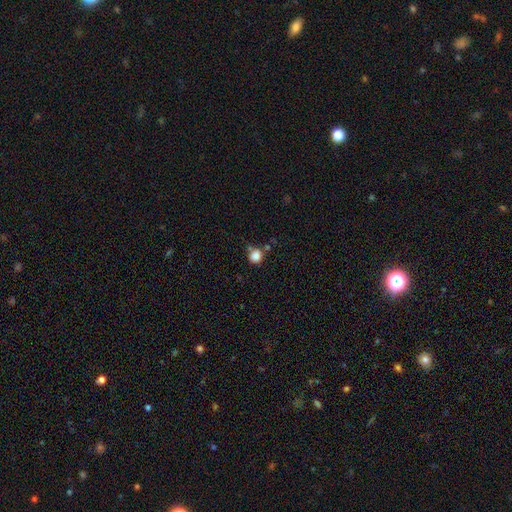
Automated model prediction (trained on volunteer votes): A smooth galaxy with no disk features (84%) that is round (86%). Merging: none (65%).